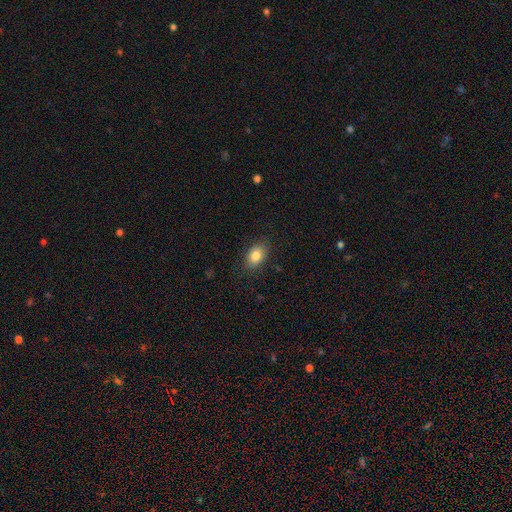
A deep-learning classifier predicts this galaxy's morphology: A smooth galaxy with no disk features (83%) that is in between round and cigar-shaped (85%). Merging: none (85%).